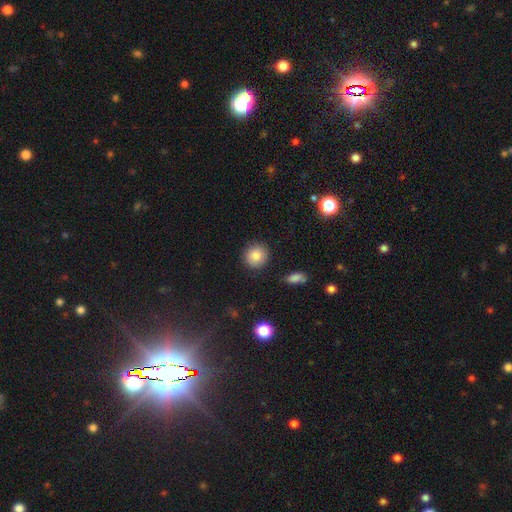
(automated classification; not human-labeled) Overall: smooth (84%). How rounded: round (90%). Merging: none (89%).